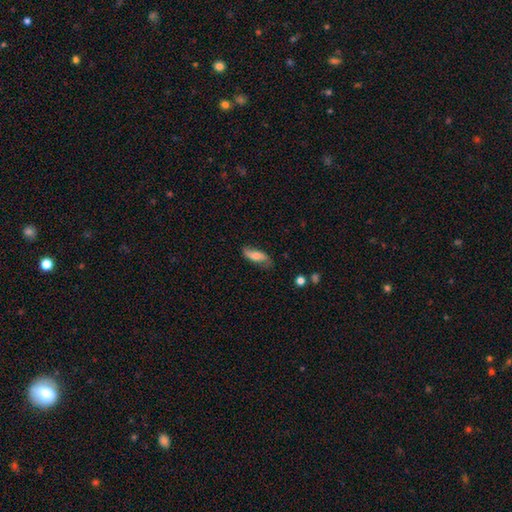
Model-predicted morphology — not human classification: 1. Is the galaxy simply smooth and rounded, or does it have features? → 47% smooth, 45% featured or disk, 7% star or artifact.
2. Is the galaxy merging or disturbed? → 67% none, 23% minor disturbance, 8% major disturbance, 2% merger.